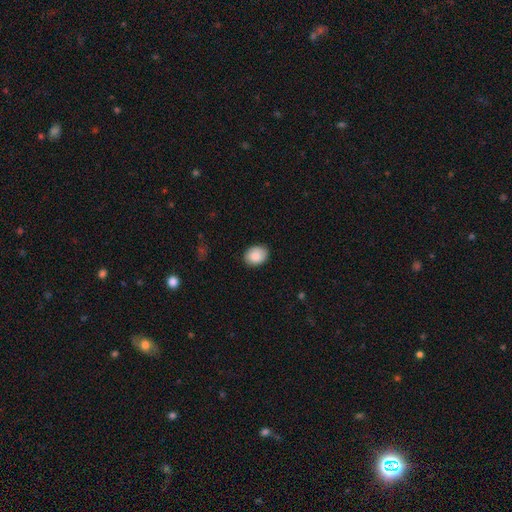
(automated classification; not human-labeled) Smooth or featured? smooth (87%)
How rounded? in between (61%)
Merging? none (84%)